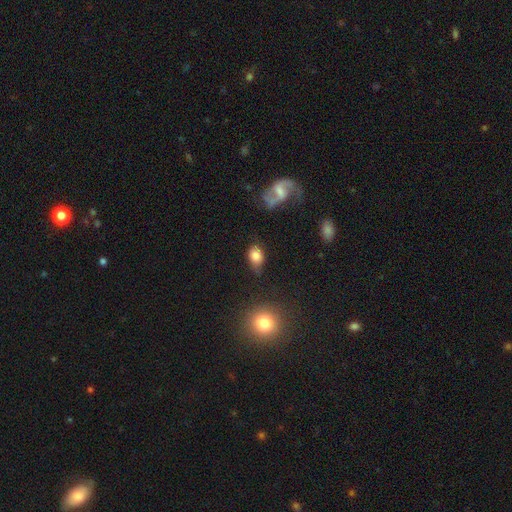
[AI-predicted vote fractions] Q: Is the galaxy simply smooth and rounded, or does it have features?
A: smooth — 77%.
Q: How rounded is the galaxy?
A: in between — 75%.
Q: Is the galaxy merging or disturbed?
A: none — 57%.